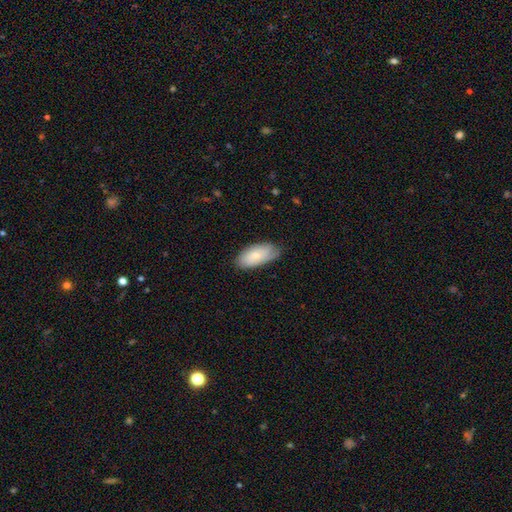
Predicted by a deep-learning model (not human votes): smooth 71%, featured or disk 23%, star or artifact 6%. Down the decision tree: how rounded — in between (91%); merging — none (73%).